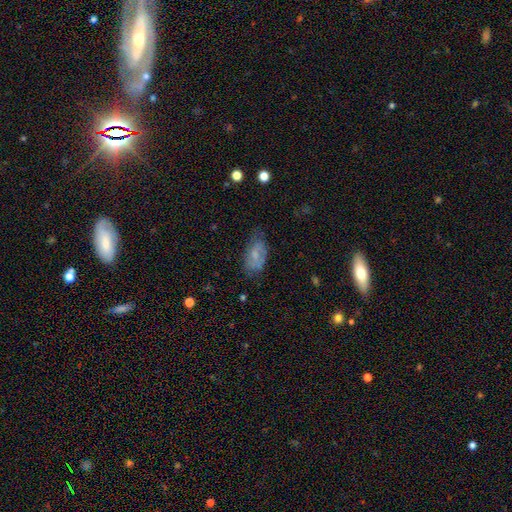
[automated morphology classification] Smooth or featured? smooth (54%)
How rounded? in between (91%)
Merging? none (60%)